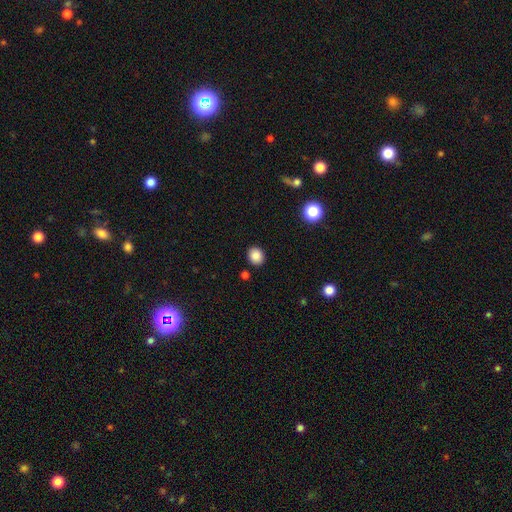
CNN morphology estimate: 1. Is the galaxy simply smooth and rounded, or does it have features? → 87% smooth, 10% star or artifact, 4% featured or disk.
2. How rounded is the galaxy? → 71% round, 28% in between, 1% cigar-shaped.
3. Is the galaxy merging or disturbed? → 89% none, 7% minor disturbance, 2% merger, 2% major disturbance.